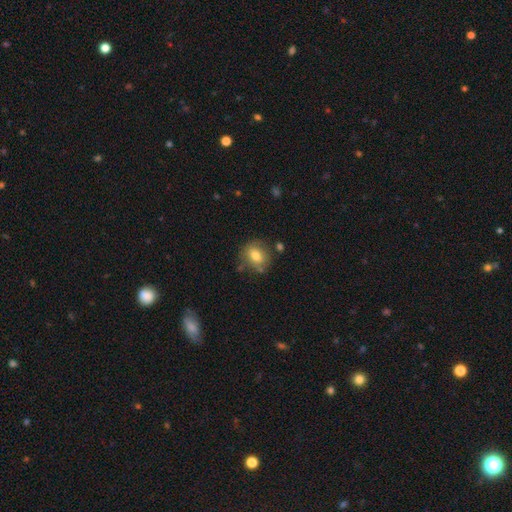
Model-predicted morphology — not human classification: Smooth or featured? Predicted: smooth (p=0.76). How rounded? Predicted: round (p=0.57). Merging? Predicted: none (p=0.73).